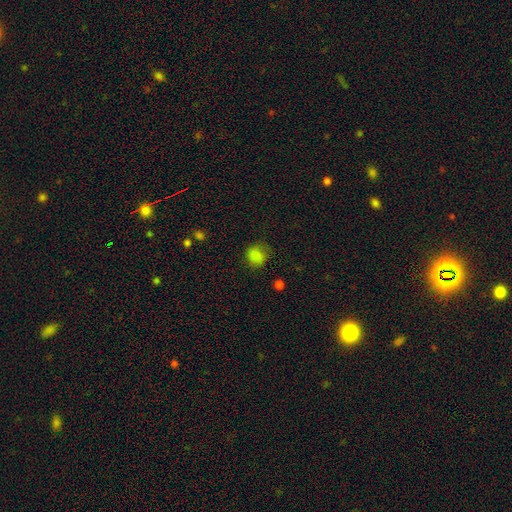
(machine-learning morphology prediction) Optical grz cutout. It shows a smooth galaxy with no disk features (82%) that is round (67%). Merging: none (69%).